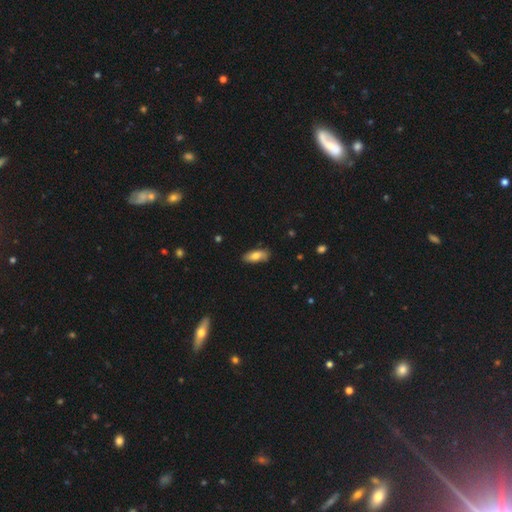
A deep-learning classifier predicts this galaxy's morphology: A smooth galaxy with no disk features (77%) that is in between round and cigar-shaped (82%).

Vote fractions:
- Smooth or featured? smooth: 77% / featured or disk: 17% / star or artifact: 7%
- How rounded? in between: 82% / cigar-shaped: 16% / round: 3%
- Merging? none: 80% / minor disturbance: 16% / major disturbance: 3% / merger: 1%